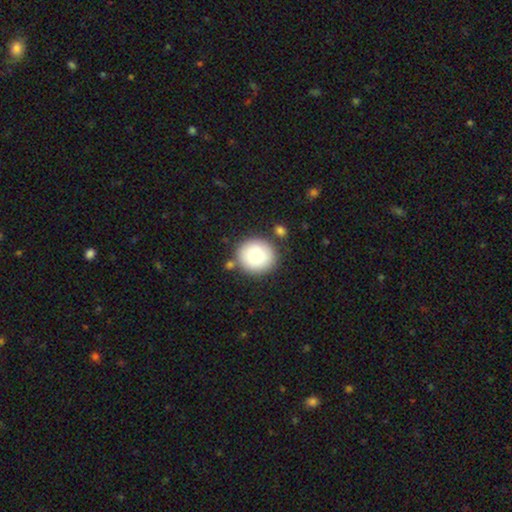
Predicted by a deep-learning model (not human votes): smooth_or_featured: smooth (p=0.79) [alt: featured or disk p=0.13]
how_rounded: round (p=0.89) [alt: in between p=0.10]
merging: none (p=0.80) [alt: minor disturbance p=0.10]